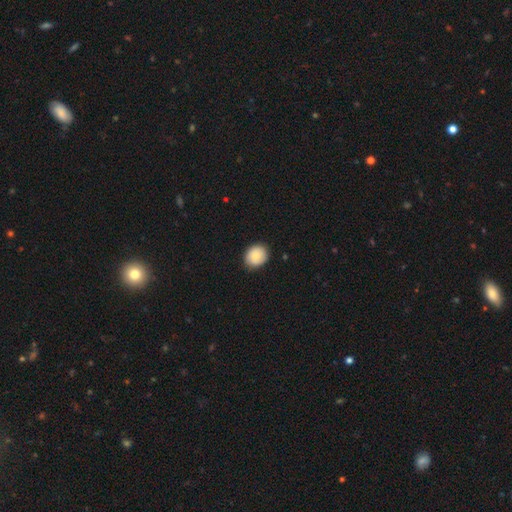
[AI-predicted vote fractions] Q: Smooth or featured?
A: smooth (81%); runner-up: featured or disk (12%)
Q: How rounded?
A: round (67%); runner-up: in between (32%)
Q: Merging?
A: none (84%); runner-up: minor disturbance (13%)